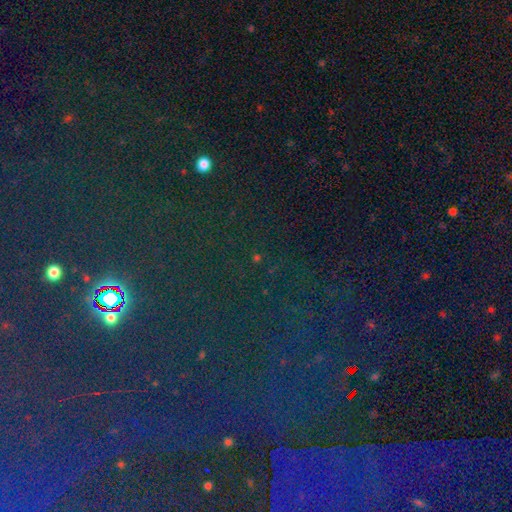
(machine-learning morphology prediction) star or artifact 81%, smooth 10%, featured or disk 9%.